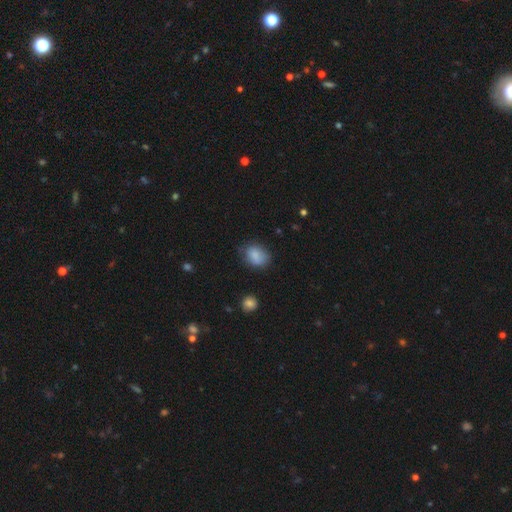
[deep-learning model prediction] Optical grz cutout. It shows a smooth galaxy with no disk features (84%) that is in between round and cigar-shaped (66%). Merging: none (68%).